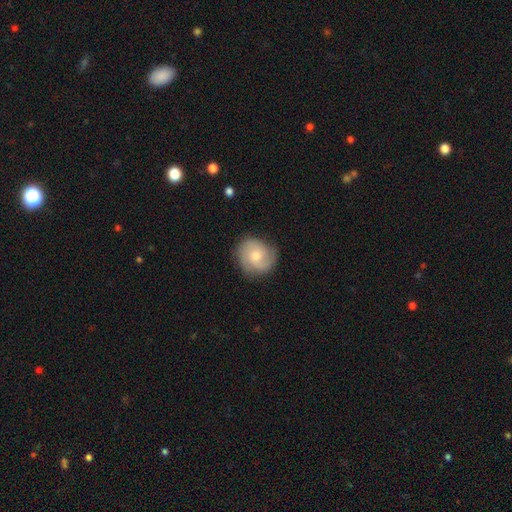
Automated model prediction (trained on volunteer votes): smooth-or-featured: featured or disk: 61% | smooth: 33% | star or artifact: 6%
  disk-edge-on: no: 98% | yes: 2%
    bar: no: 70% | weak: 26% | strong: 3%
    has-spiral-arms: yes: 92% | no: 8%
      spiral-winding: tight: 49% | medium: 40% | loose: 11%
      spiral-arm-count: 2: 58% | 3: 17% | can't tell: 15% | 1: 5% | 4: 3% | more than 4: 3%
    bulge-size: moderate: 52% | small: 40% | large: 4% | none: 3% | dominant: 1%
  merging: none: 78% | minor disturbance: 16% | major disturbance: 5% | merger: 1%